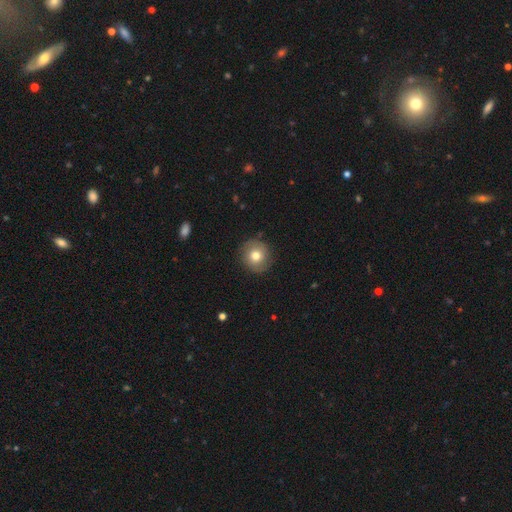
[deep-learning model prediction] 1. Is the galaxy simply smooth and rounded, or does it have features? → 73% smooth, 18% featured or disk, 9% star or artifact.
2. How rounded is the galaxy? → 91% round, 8% in between, 1% cigar-shaped.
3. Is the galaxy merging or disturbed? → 87% none, 9% minor disturbance, 3% major disturbance, 1% merger.